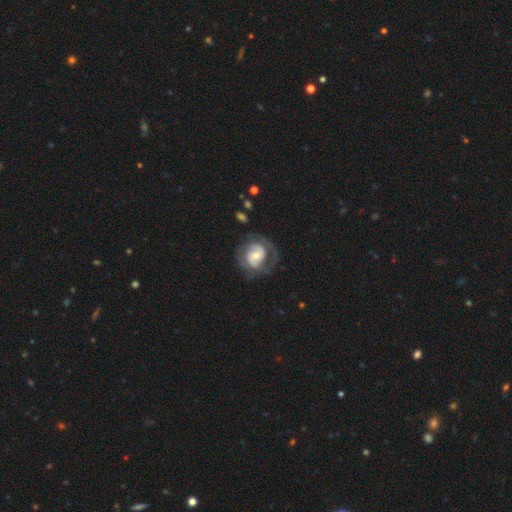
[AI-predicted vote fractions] The model was most divided on "bulge size": moderate: 50%, small: 40%, large: 7%, none: 2%, dominant: 1%. Remaining: edge-on disk — no (97%); spiral arms — yes (84%); smooth or featured — featured or disk (75%); merging — none (63%); bar — no (61%); spiral arm count — 2 (59%); spiral winding — tight (48%).